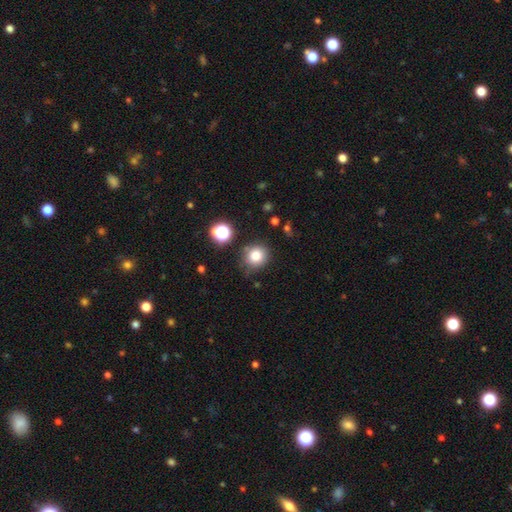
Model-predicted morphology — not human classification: smooth 79%, star or artifact 14%, featured or disk 8%. Down the decision tree: how rounded — round (87%); merging — none (80%).